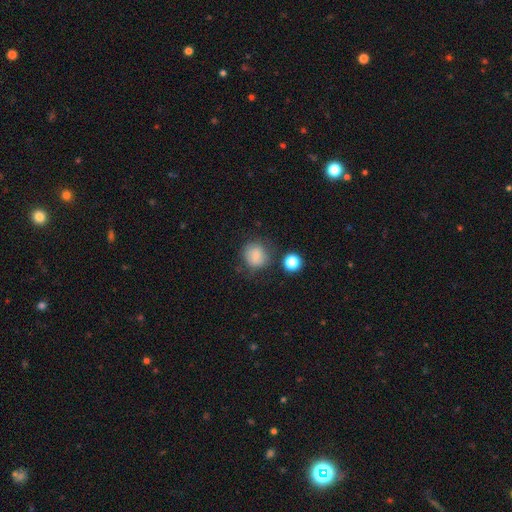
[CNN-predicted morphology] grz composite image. It shows a smooth galaxy with no disk features (80%) that is round (84%). Merging: none (71%).